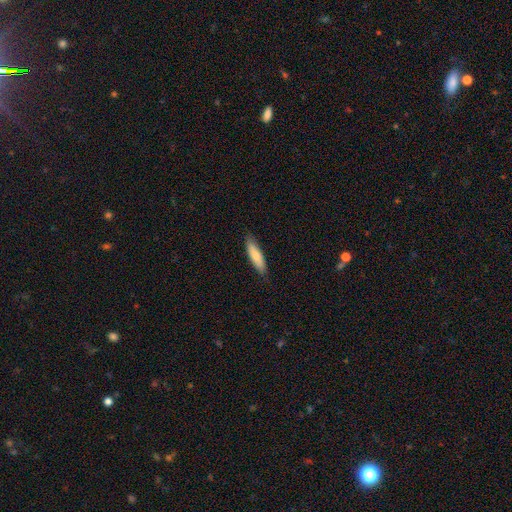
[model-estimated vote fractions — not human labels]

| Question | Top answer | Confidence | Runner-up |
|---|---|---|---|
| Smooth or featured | smooth | 75% | featured or disk (19%) |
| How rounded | cigar-shaped | 66% | in between (33%) |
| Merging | none | 85% | minor disturbance (12%) |